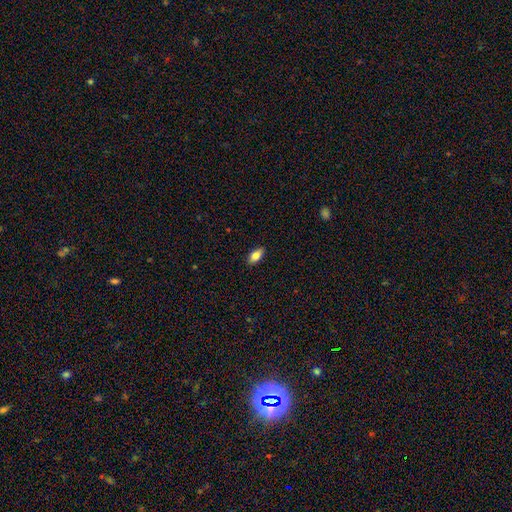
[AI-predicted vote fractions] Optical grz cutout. It shows a smooth galaxy with no disk features (83%) that is in between round and cigar-shaped (89%). Merging: none (87%).